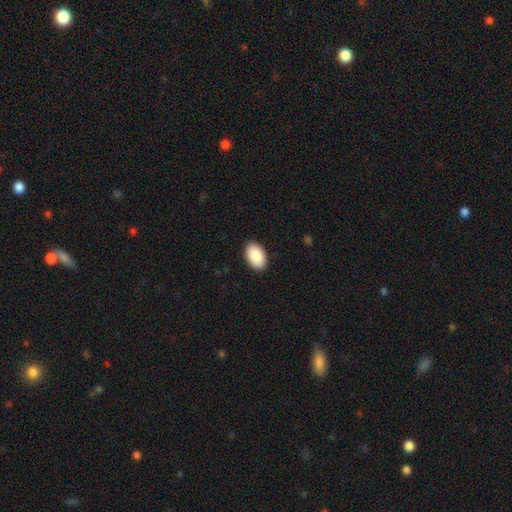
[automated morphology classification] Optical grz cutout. It shows a smooth galaxy with no disk features (90%) that is in between round and cigar-shaped (94%). Merging: none (91%).